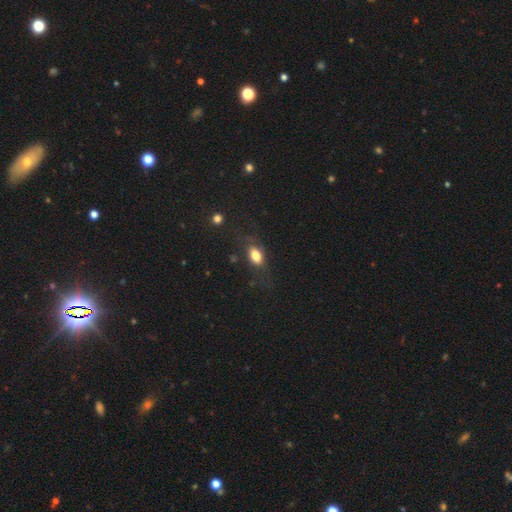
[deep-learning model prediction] Smooth or featured?
  - smooth: 76% *
  - featured or disk: 15%
  - star or artifact: 9%
How rounded?
  - in between: 84% *
  - round: 10%
  - cigar-shaped: 6%
Merging?
  - none: 67% *
  - minor disturbance: 19%
  - major disturbance: 11%
  - merger: 2%